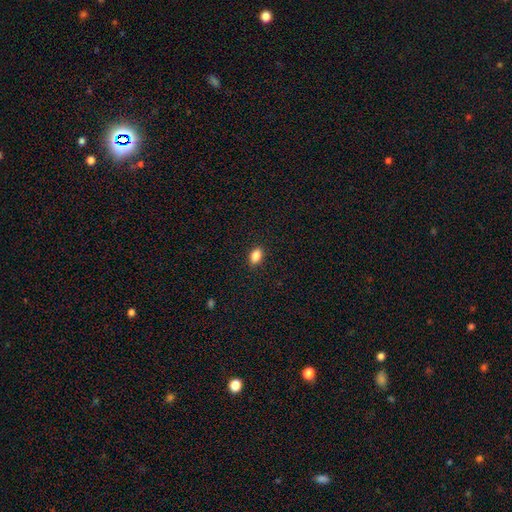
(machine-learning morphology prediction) A smooth galaxy with no disk features (87%) that is in between round and cigar-shaped (86%). Merging: none (89%).